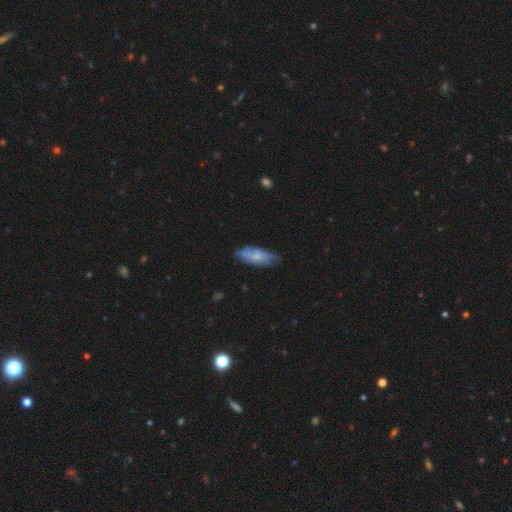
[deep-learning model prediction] smooth-or-featured: smooth: 67% | featured or disk: 26% | star or artifact: 7%
  how-rounded: in between: 67% | cigar-shaped: 30% | round: 2%
  merging: none: 62% | minor disturbance: 28% | major disturbance: 6% | merger: 4%